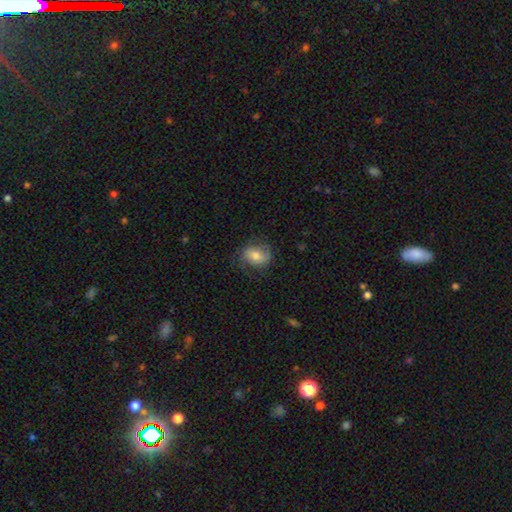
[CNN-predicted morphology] A smooth galaxy with no disk features (68%) that is in between round and cigar-shaped (70%). Merging: none (70%).